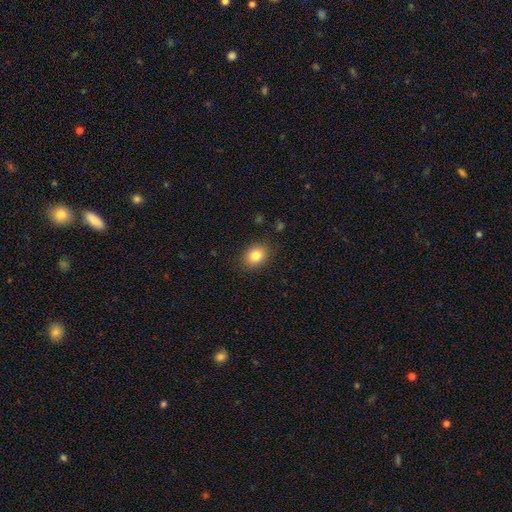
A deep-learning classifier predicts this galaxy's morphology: This is clearly a smooth galaxy (82%). How rounded: possibly in between (51%). Merging: clearly none (87%).